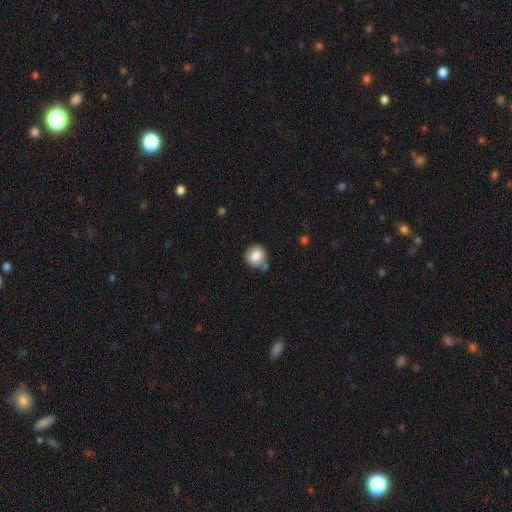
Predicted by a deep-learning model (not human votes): smooth_or_featured: smooth (p=0.83) [alt: star or artifact p=0.08]
how_rounded: round (p=0.80) [alt: in between p=0.19]
merging: none (p=0.63) [alt: minor disturbance p=0.22]